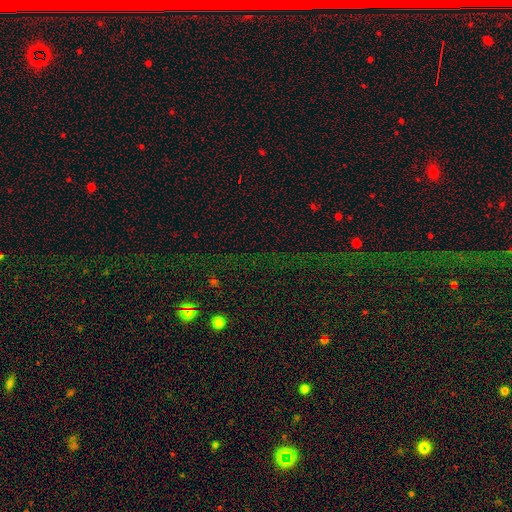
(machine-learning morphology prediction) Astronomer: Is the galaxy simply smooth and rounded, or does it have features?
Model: star or artifact — 74%.